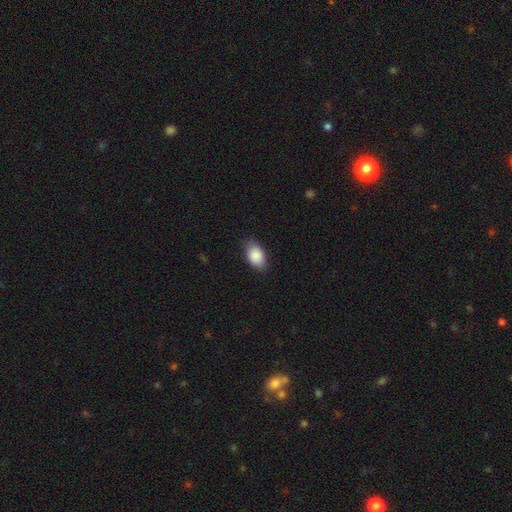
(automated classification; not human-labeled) Smooth or featured: smooth — 88% (star or artifact — 6%)
How rounded: in between — 89% (round — 9%)
Merging: none — 78% (minor disturbance — 18%)